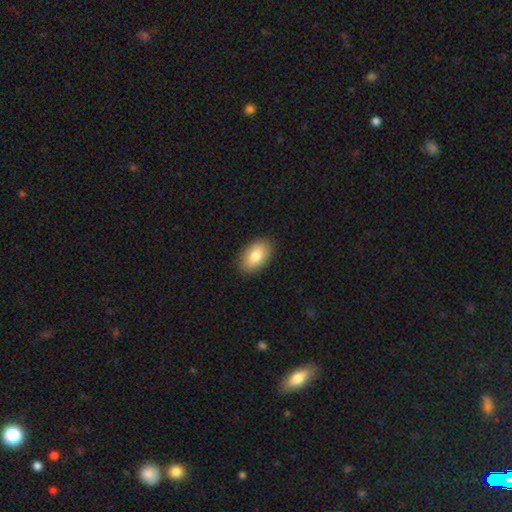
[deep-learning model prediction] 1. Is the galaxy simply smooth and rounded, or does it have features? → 83% smooth, 11% featured or disk, 7% star or artifact.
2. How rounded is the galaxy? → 92% in between, 6% round, 1% cigar-shaped.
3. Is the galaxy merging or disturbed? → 89% none, 8% minor disturbance, 2% major disturbance, 1% merger.